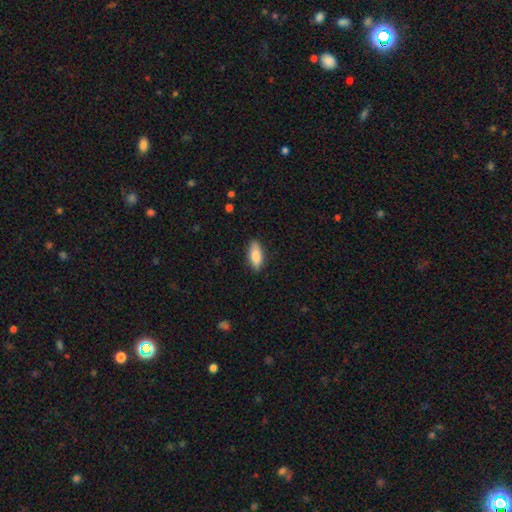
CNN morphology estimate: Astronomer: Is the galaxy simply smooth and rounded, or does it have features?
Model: smooth — 84%.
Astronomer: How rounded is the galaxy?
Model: in between — 79%.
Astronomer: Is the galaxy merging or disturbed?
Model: none — 85%.